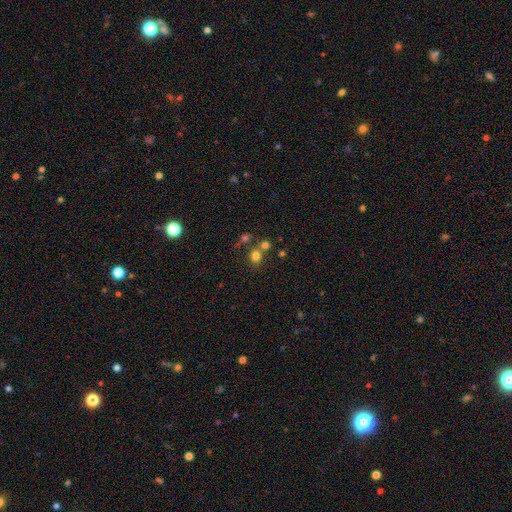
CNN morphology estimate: This is likely a smooth galaxy (75%). How rounded: likely round (80%). Merging: likely none (61%).